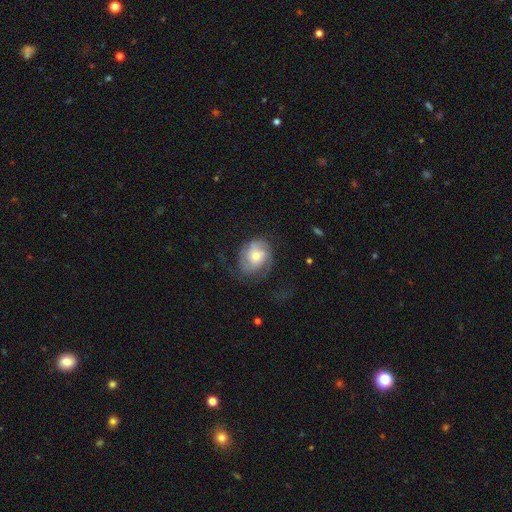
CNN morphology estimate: smooth-or-featured: featured or disk: 61% | smooth: 31% | star or artifact: 7%
  disk-edge-on: no: 97% | yes: 3%
    bar: no: 72% | weak: 24% | strong: 4%
    has-spiral-arms: yes: 87% | no: 13%
      spiral-winding: tight: 39% (tied) | medium: 39% (tied) | loose: 22%
      spiral-arm-count: 2: 34% | can't tell: 29% | 3: 21% | 1: 7% | 4: 5% | more than 4: 4%
    bulge-size: moderate: 58% | small: 27% | large: 11% | none: 2% | dominant: 2%
  merging: none: 55% | minor disturbance: 23% | major disturbance: 21% | merger: 1%